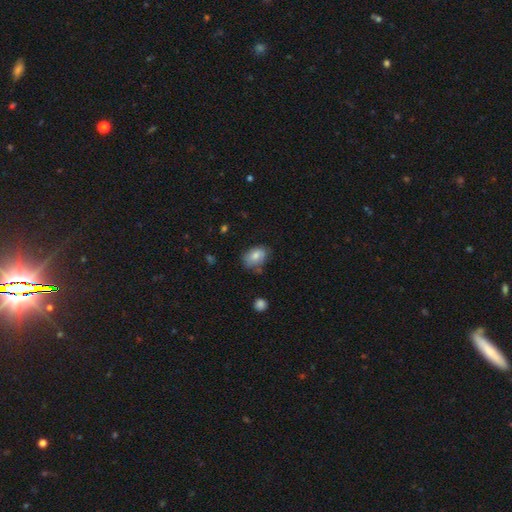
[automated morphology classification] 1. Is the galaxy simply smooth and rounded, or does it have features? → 77% smooth, 15% featured or disk, 8% star or artifact.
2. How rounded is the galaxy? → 79% in between, 20% round, 1% cigar-shaped.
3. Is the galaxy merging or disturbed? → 63% none, 28% minor disturbance, 6% major disturbance, 3% merger.